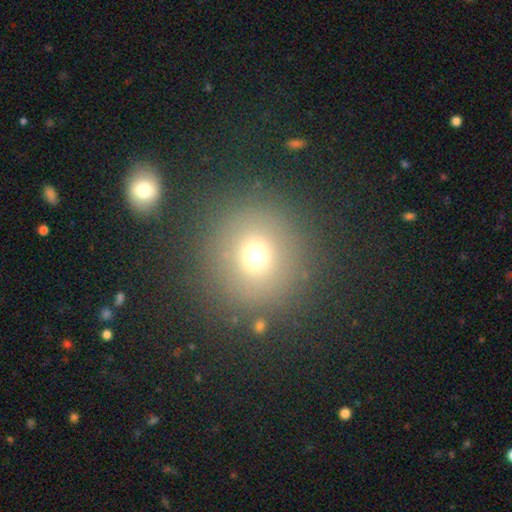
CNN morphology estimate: Smooth or featured? smooth (69%)
How rounded? round (92%)
Merging? none (84%)